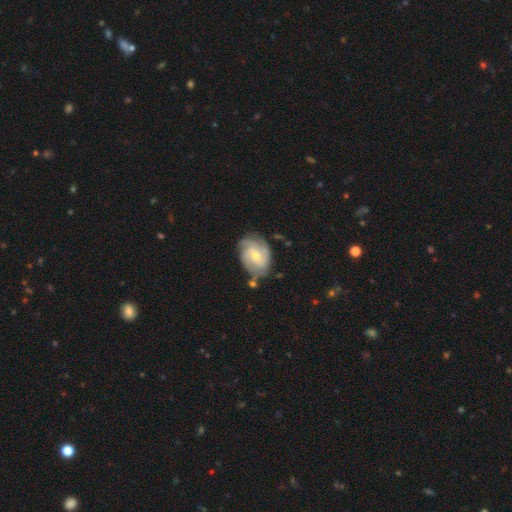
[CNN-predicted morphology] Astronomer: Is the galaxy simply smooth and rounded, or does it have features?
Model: featured or disk — 76%.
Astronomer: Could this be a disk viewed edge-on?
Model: no — 97%.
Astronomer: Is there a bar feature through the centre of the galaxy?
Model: no — 49% (runner-up: weak, 43%).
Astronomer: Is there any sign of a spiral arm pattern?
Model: yes — 93%.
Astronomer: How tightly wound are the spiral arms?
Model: tight — 46% (runner-up: medium, 39%).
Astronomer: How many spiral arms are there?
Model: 3 — 34% (runner-up: can't tell, 23%).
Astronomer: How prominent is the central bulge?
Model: moderate — 54% (runner-up: small, 42%).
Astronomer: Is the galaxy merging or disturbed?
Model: none — 68%.